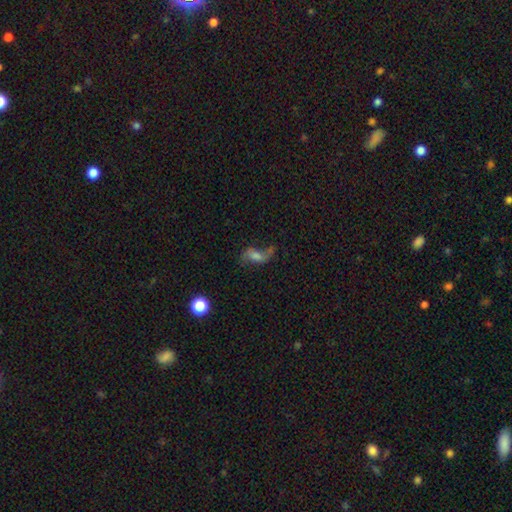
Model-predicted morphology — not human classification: A featured or disk galaxy (54%) with no bar (44%), spiral arms (82%) and a moderate central bulge (33%).

Vote fractions:
- Smooth or featured? featured or disk: 54% / smooth: 32% / star or artifact: 14%
- Edge-on disk? no: 94% / yes: 6%
- Bar? no: 44% / weak: 39% / strong: 17%
- Spiral arms? yes: 82% / no: 18%
- Bulge size? moderate: 33% / small: 32% / none: 20% / large: 12% / dominant: 3%
- Merging? none: 46% / major disturbance: 26% / minor disturbance: 21% / merger: 7%